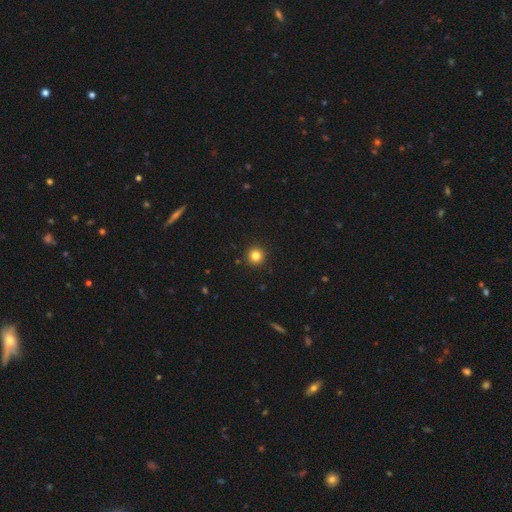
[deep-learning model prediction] smooth-or-featured: smooth: 82% | star or artifact: 13% | featured or disk: 5%
  how-rounded: round: 96% | in between: 3% | cigar-shaped: 1%
  merging: none: 93% | minor disturbance: 4% | major disturbance: 2% | merger: 1%